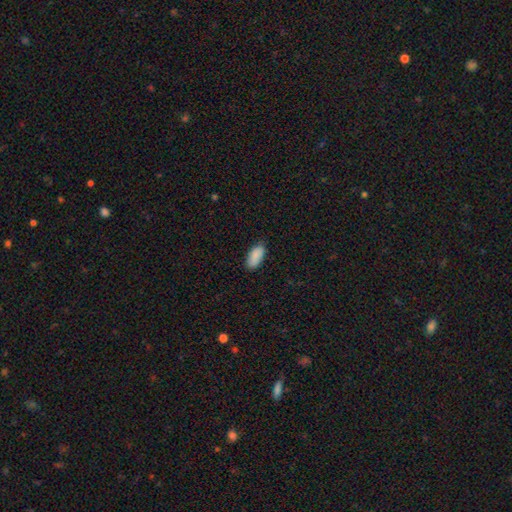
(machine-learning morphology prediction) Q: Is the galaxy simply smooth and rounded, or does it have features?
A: smooth — 90%.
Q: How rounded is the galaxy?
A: in between — 90%.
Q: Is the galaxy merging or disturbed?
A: none — 83%.